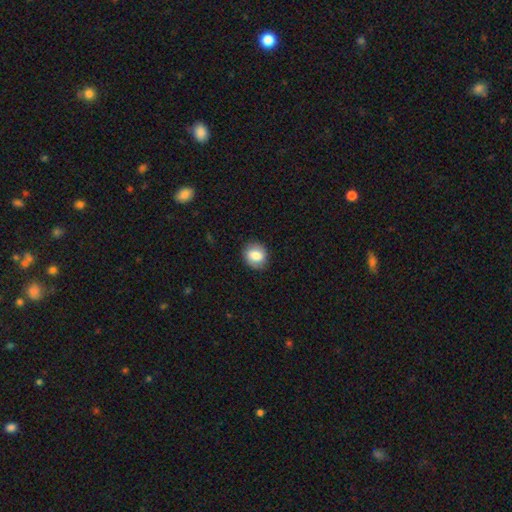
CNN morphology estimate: Overall: smooth (79%). How rounded: round (72%). Merging: none (86%).